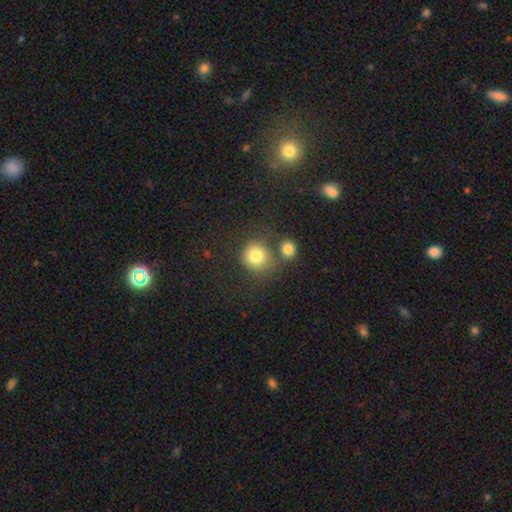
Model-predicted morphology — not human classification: The model was most divided on "merging": none: 55%, merger: 26%, minor disturbance: 12%, major disturbance: 7%. More confident: how rounded — round (87%); smooth or featured — smooth (81%).